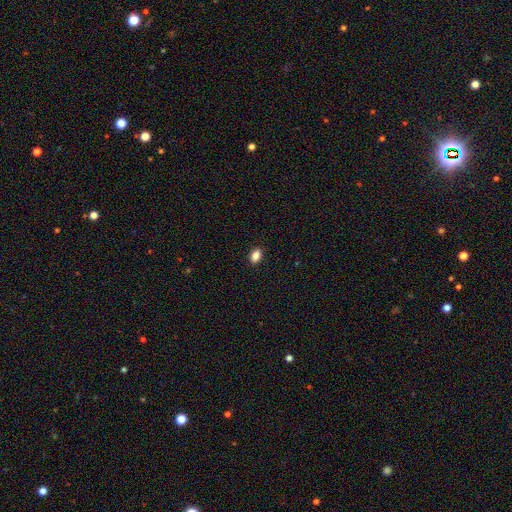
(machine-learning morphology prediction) smooth_or_featured: smooth (p=0.86) [alt: star or artifact p=0.09]
how_rounded: in between (p=0.83) [alt: round p=0.14]
merging: none (p=0.90) [alt: minor disturbance p=0.07]